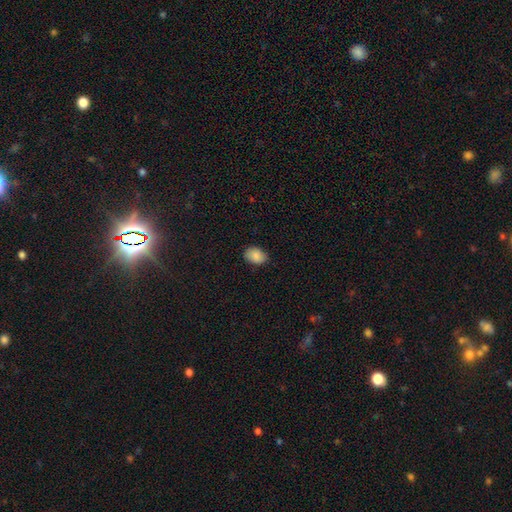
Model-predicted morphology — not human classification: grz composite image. It shows a smooth galaxy with no disk features (87%) that is in between round and cigar-shaped (78%). Merging: none (83%).